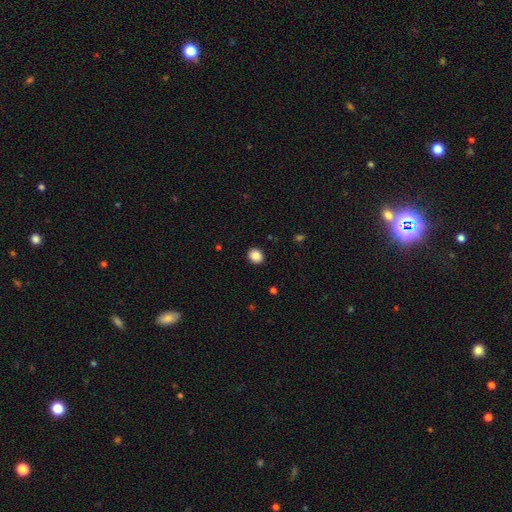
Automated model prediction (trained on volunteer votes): The model was most divided on "how rounded": round: 73%, in between: 26%, cigar-shaped: 1%. More confident: merging — none (92%); smooth or featured — smooth (88%).